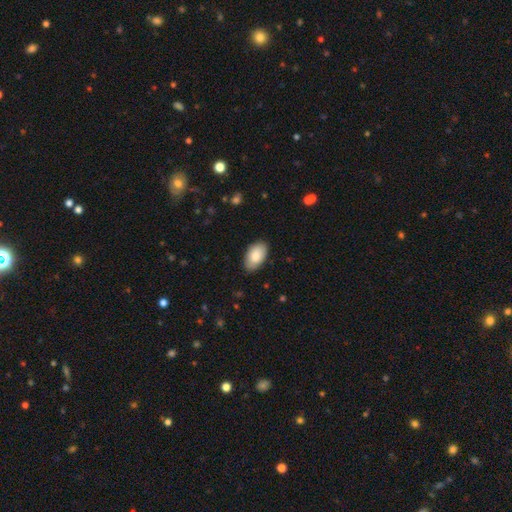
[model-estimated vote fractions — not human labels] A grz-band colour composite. It shows a smooth galaxy with no disk features (85%) that is in between round and cigar-shaped (95%). Merging: none (86%).